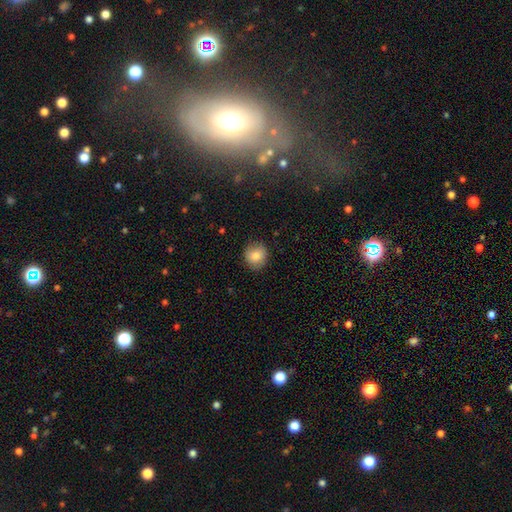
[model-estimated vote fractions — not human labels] This is clearly a smooth galaxy (83%). How rounded: clearly round (84%). Merging: clearly none (84%).